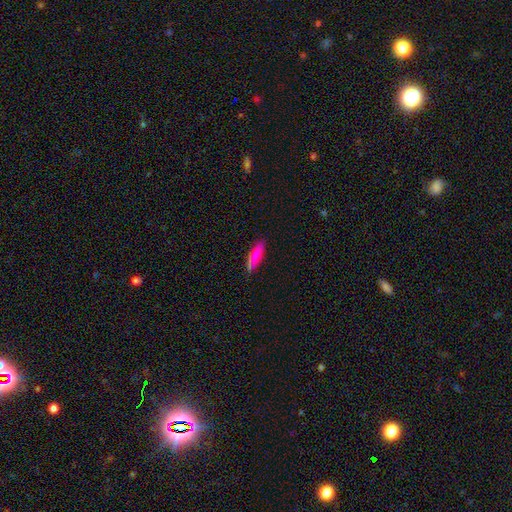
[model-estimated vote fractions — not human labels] Q: Smooth or featured?
A: smooth (79%); runner-up: featured or disk (12%)
Q: How rounded?
A: cigar-shaped (52%); runner-up: in between (46%)
Q: Merging?
A: none (79%); runner-up: minor disturbance (16%)